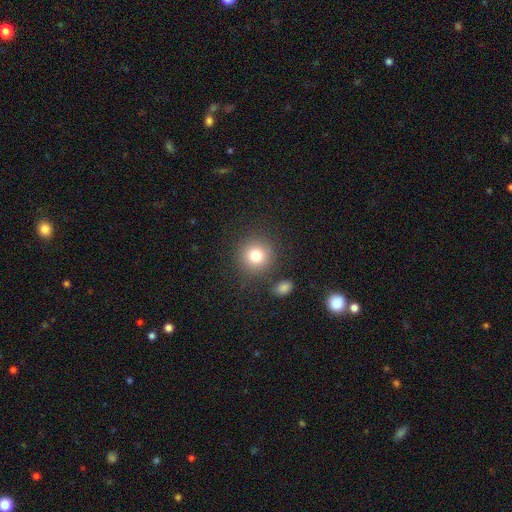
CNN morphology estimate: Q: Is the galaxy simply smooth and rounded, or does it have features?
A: smooth — 79%.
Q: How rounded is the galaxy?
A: round — 92%.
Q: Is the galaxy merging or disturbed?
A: none — 84%.